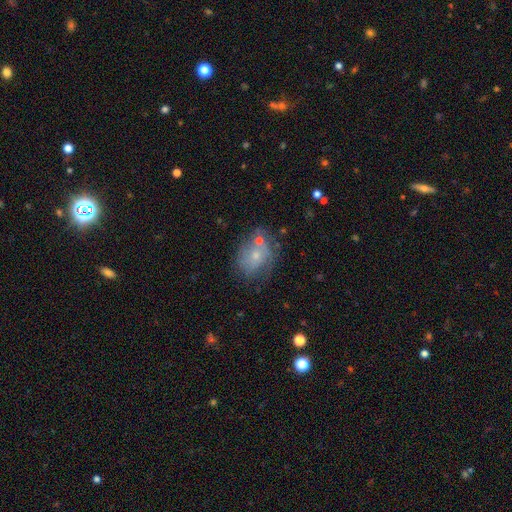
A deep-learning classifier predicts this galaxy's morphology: Smooth or featured? Predicted: smooth (p=0.56). How rounded? Predicted: in between (p=0.55). Merging? Predicted: none (p=0.52).